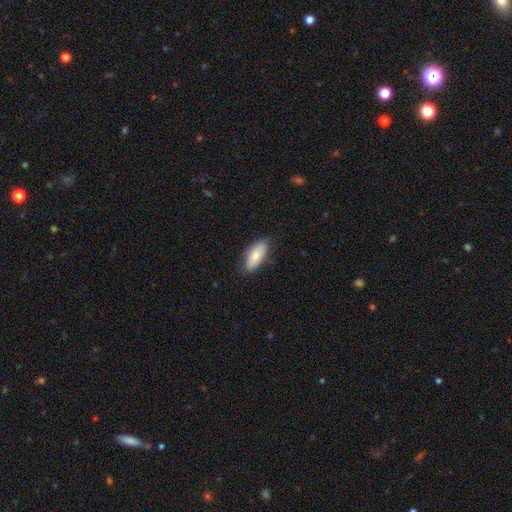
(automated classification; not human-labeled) Smooth or featured: smooth — 74% (featured or disk — 20%)
How rounded: in between — 89% (cigar-shaped — 8%)
Merging: none — 79% (minor disturbance — 17%)